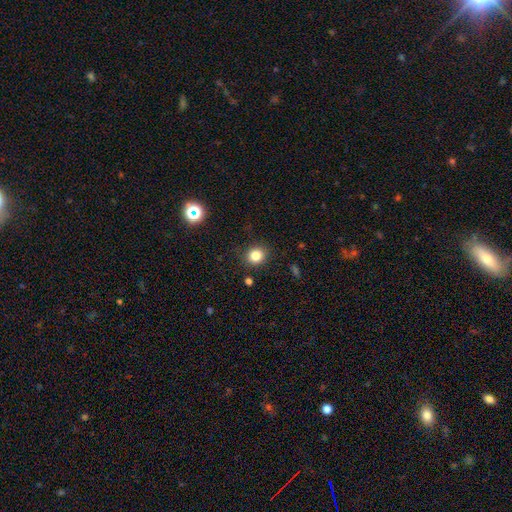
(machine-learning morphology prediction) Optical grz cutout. It shows a smooth galaxy with no disk features (82%) that is round (80%). Merging: none (87%).